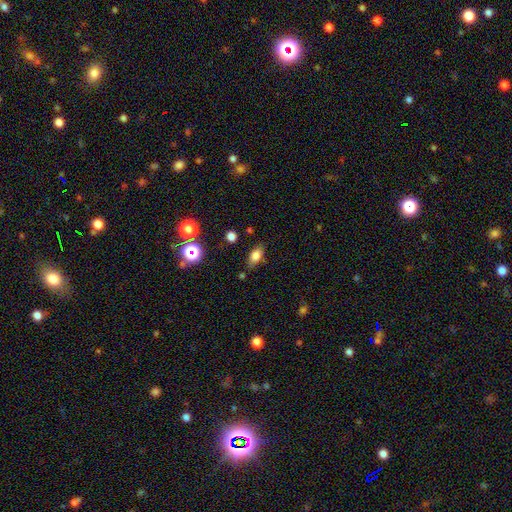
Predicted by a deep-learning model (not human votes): A smooth galaxy with no disk features (76%) that is in between round and cigar-shaped (83%).

Vote fractions:
- Smooth or featured? smooth: 76% / featured or disk: 12% / star or artifact: 11%
- How rounded? in between: 83% / round: 9% / cigar-shaped: 8%
- Merging? none: 79% / minor disturbance: 15% / major disturbance: 3% / merger: 3%